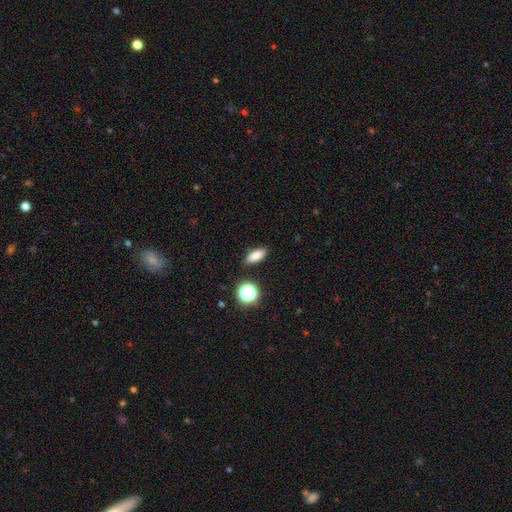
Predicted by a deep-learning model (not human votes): smooth_or_featured: smooth (p=0.80) [alt: star or artifact p=0.12]
how_rounded: in between (p=0.68) [alt: cigar-shaped p=0.23]
merging: none (p=0.87) [alt: minor disturbance p=0.09]